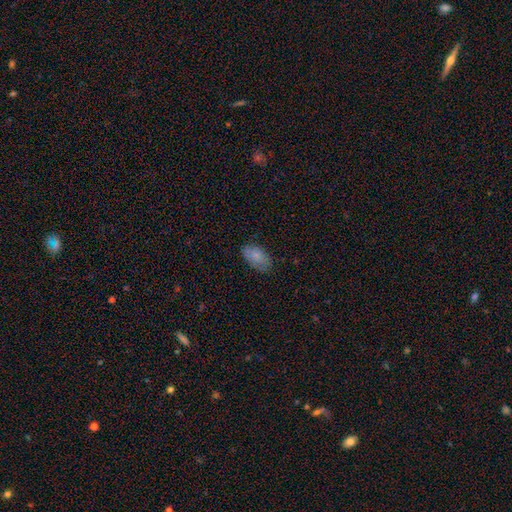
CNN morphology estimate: This appears to be a smooth galaxy with no disk features (82%) that is in between round and cigar-shaped (93%). Merging: none (74%).